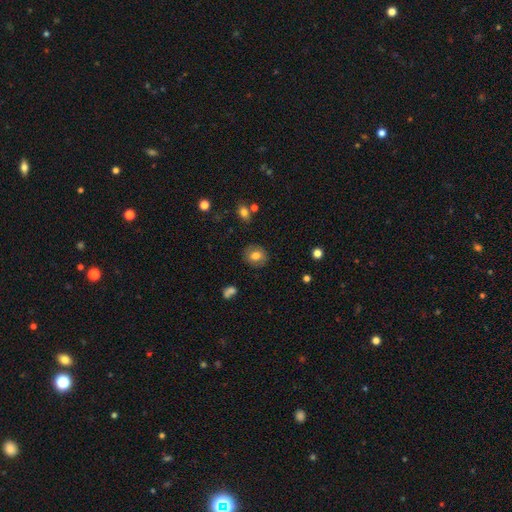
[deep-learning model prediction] Morphology: type=smooth (75%); roundness=round (75%); merging=none (87%).